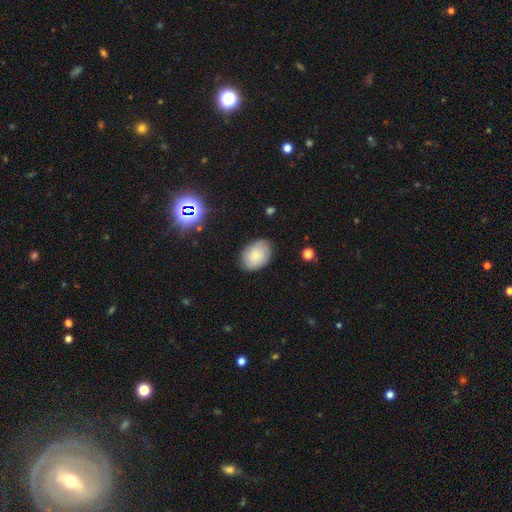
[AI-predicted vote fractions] Morphology: type=smooth (65%); roundness=in between (80%); merging=none (81%).